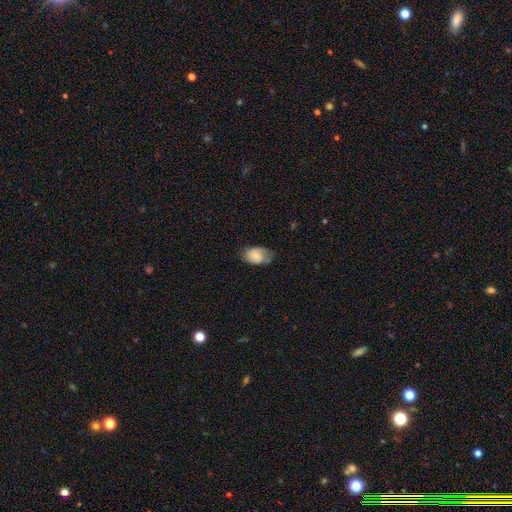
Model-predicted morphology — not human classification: A smooth galaxy with no disk features (66%) that is in between round and cigar-shaped (89%).

Vote fractions:
- Smooth or featured? smooth: 66% / featured or disk: 26% / star or artifact: 8%
- How rounded? in between: 89% / round: 9% / cigar-shaped: 1%
- Merging? none: 57% / minor disturbance: 32% / major disturbance: 10% / merger: 2%